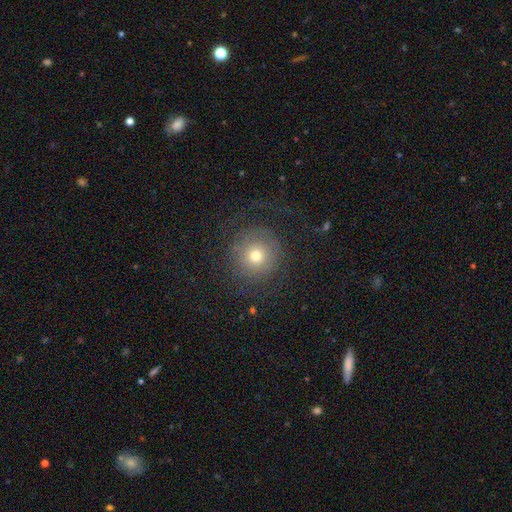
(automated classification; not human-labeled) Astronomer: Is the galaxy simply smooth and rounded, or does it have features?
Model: smooth — 53% (runner-up: featured or disk, 32%).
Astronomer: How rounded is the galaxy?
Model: round — 93%.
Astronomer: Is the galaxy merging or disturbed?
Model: none — 72%.